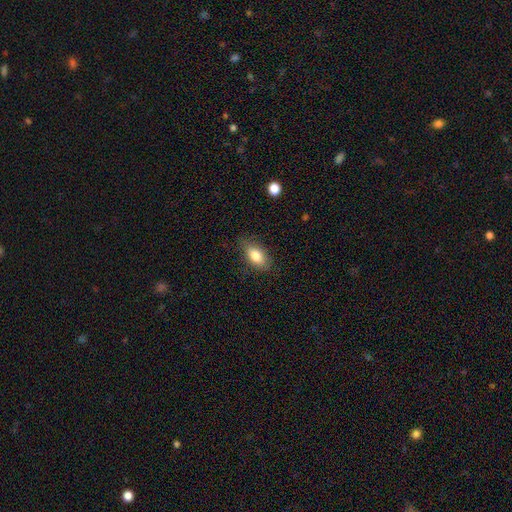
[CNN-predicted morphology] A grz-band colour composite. It shows a smooth galaxy with no disk features (82%) that is in between round and cigar-shaped (89%). Merging: none (77%).